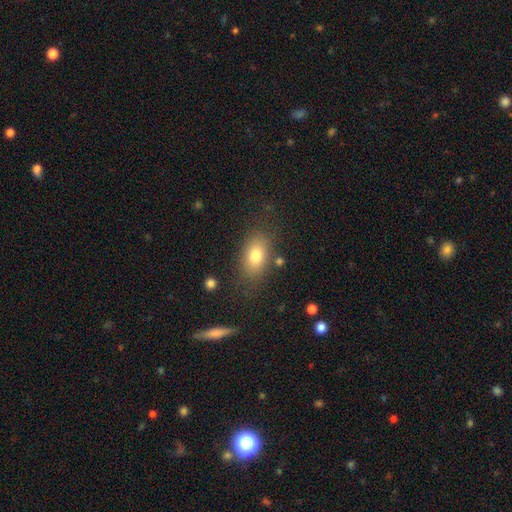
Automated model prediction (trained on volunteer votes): smooth 78%, featured or disk 13%, star or artifact 9%. Down the decision tree: how rounded — in between (84%); merging — none (77%).